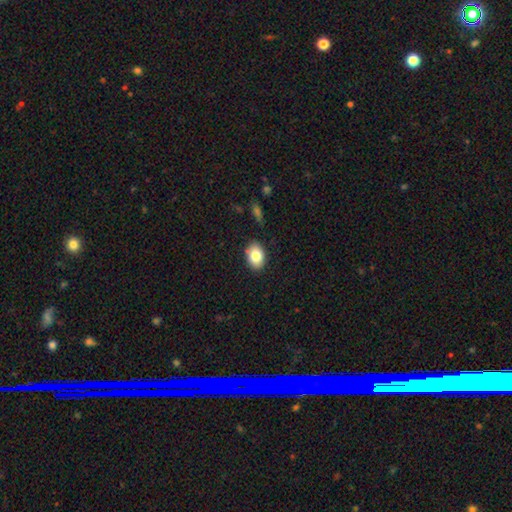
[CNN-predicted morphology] Smooth or featured: smooth — 82% (featured or disk — 10%)
How rounded: in between — 79% (round — 20%)
Merging: none — 85% (minor disturbance — 11%)